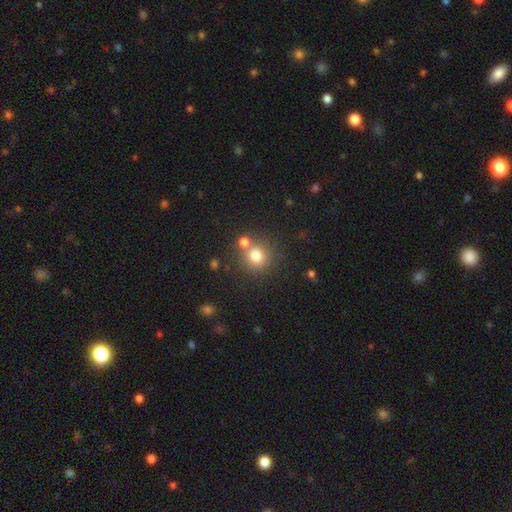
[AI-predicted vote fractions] Smooth or featured?
  - smooth: 77% *
  - star or artifact: 14%
  - featured or disk: 9%
How rounded?
  - round: 89% *
  - in between: 10%
  - cigar-shaped: 1%
Merging?
  - none: 68% *
  - merger: 20%
  - minor disturbance: 9%
  - major disturbance: 3%